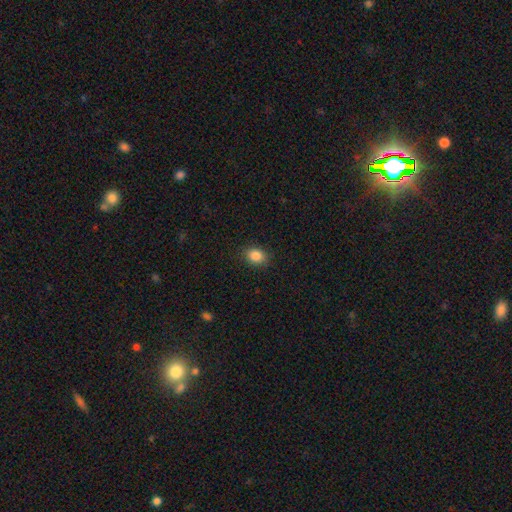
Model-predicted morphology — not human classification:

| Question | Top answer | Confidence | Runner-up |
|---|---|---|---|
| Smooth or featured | smooth | 86% | star or artifact (10%) |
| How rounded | in between | 59% | round (39%) |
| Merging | none | 87% | minor disturbance (9%) |